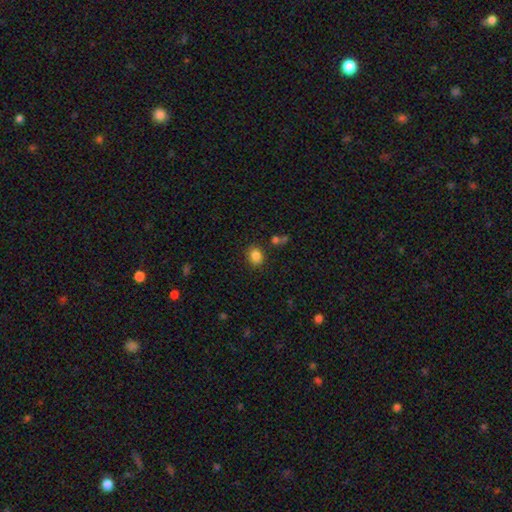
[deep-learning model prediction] Smooth or featured? Predicted: smooth (p=0.85). How rounded? Predicted: round (p=0.60). Merging? Predicted: none (p=0.83).